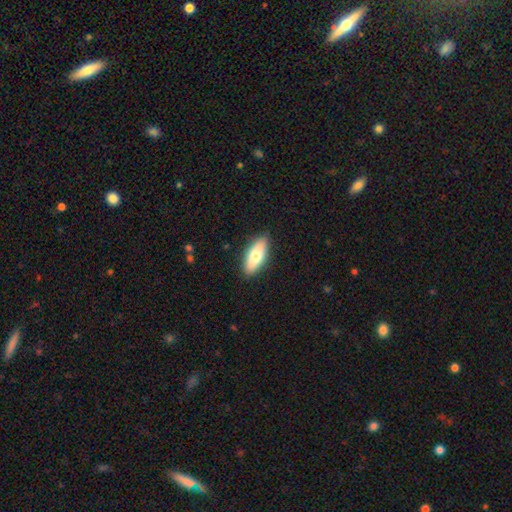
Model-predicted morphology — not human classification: type=smooth (71%); roundness=in between (79%); merging=none (87%).